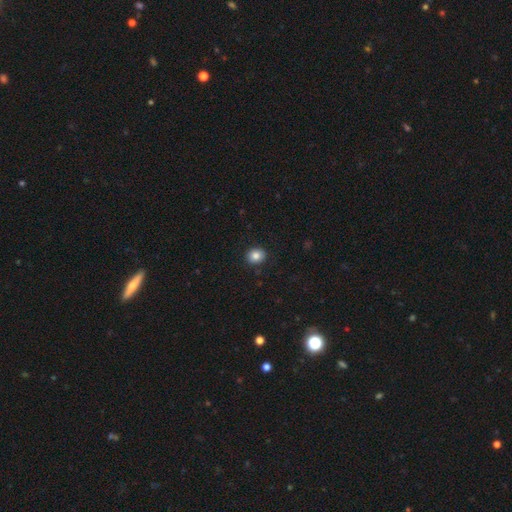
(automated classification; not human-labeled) Overall: smooth (85%). How rounded: round (70%). Merging: none (90%).